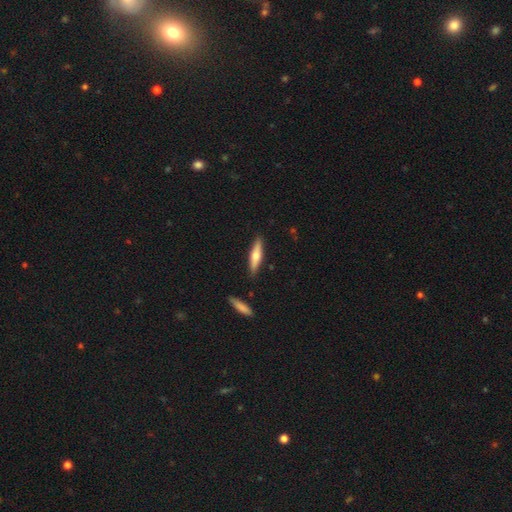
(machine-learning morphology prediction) A smooth galaxy with no disk features (54%) that is cigar-shaped (77%). Merging: none (87%).